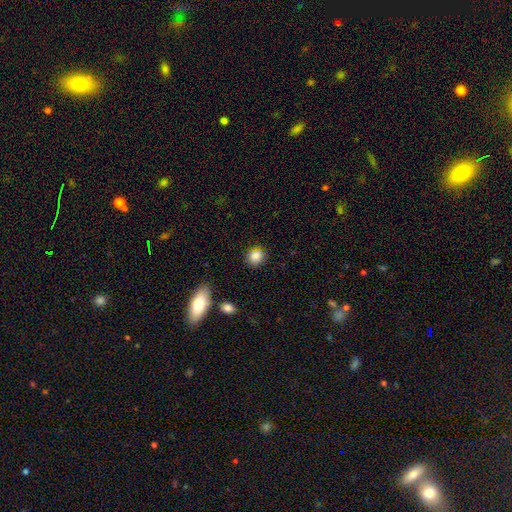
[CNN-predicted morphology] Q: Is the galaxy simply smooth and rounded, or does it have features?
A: smooth — 86%.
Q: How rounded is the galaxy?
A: round — 82%.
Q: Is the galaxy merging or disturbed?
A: none — 85%.